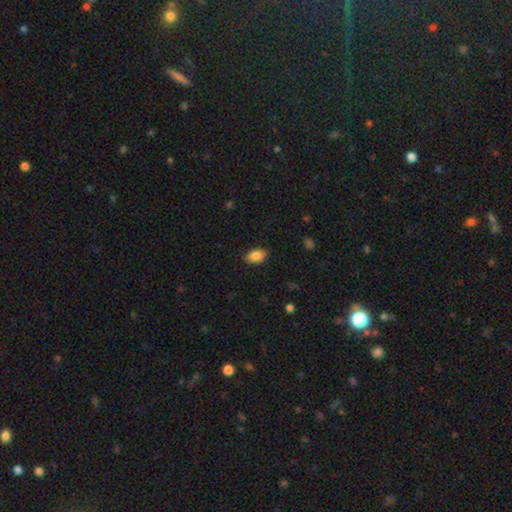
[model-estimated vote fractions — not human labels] The model was most divided on "merging": none: 86%, minor disturbance: 11%, major disturbance: 2%, merger: 1%. More confident: how rounded — in between (92%); smooth or featured — smooth (87%).